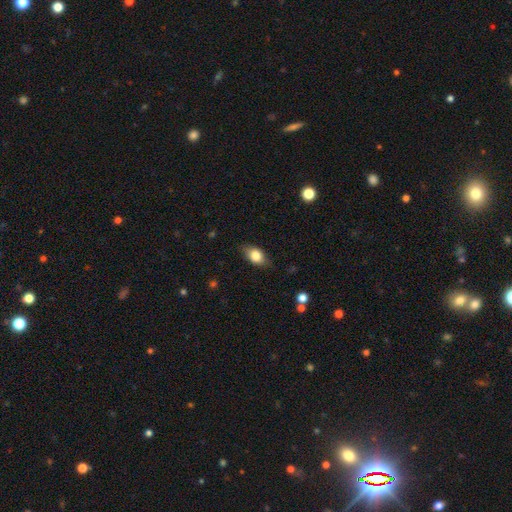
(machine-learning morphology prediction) The model was most divided on "merging": none: 80%, minor disturbance: 16%, major disturbance: 4%, merger: 1%. More confident: how rounded — in between (84%); smooth or featured — smooth (79%).